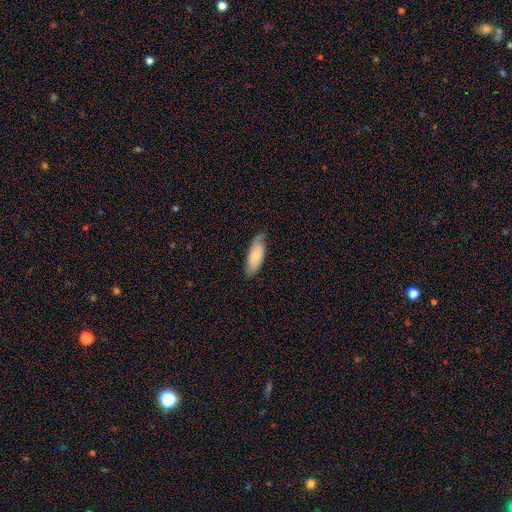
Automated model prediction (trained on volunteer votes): A smooth galaxy with no disk features (69%) that is in between round and cigar-shaped (76%).

Vote fractions:
- Smooth or featured? smooth: 69% / featured or disk: 25% / star or artifact: 6%
- How rounded? in between: 76% / cigar-shaped: 22% / round: 2%
- Merging? none: 67% / minor disturbance: 26% / major disturbance: 6% / merger: 1%